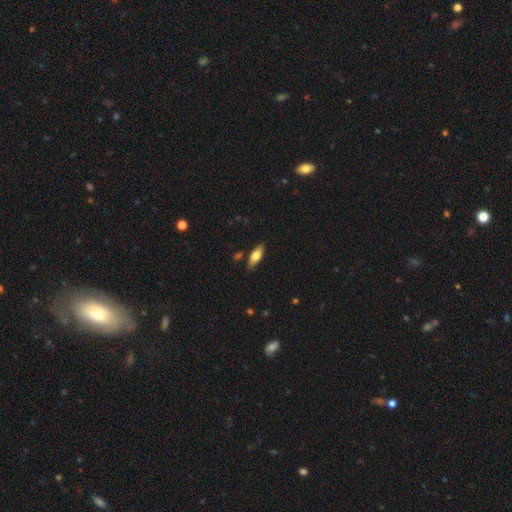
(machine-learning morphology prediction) A smooth galaxy with no disk features (69%) that is in between round and cigar-shaped (73%). Merging: none (81%).